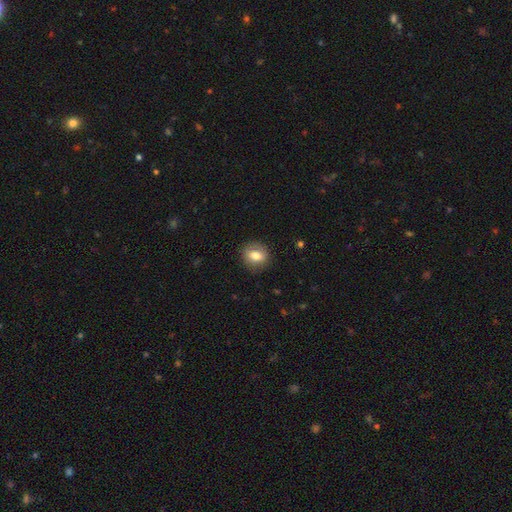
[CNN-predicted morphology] The model was most divided on "how rounded": round: 66%, in between: 32%, cigar-shaped: 1%. More confident: merging — none (87%); smooth or featured — smooth (74%).